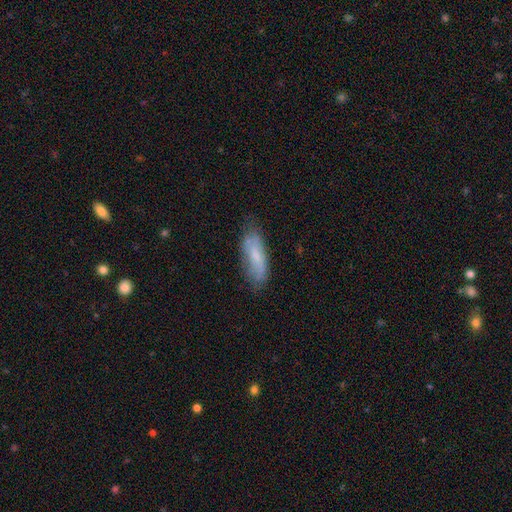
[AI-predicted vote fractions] Smooth or featured? smooth (62%)
How rounded? in between (59%)
Merging? none (67%)